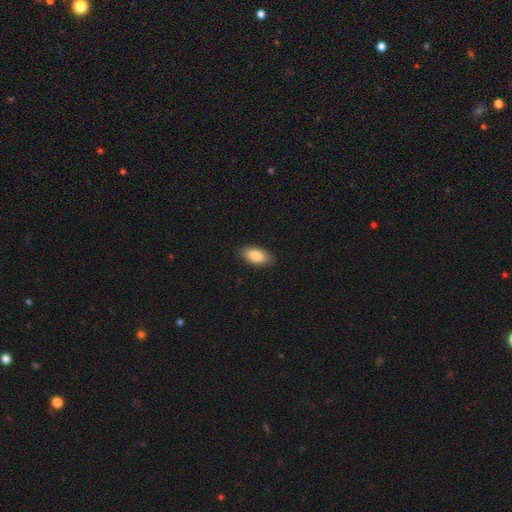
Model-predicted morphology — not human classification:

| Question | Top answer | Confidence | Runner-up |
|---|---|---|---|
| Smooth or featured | smooth | 86% | featured or disk (7%) |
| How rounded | in between | 92% | cigar-shaped (6%) |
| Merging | none | 88% | minor disturbance (9%) |